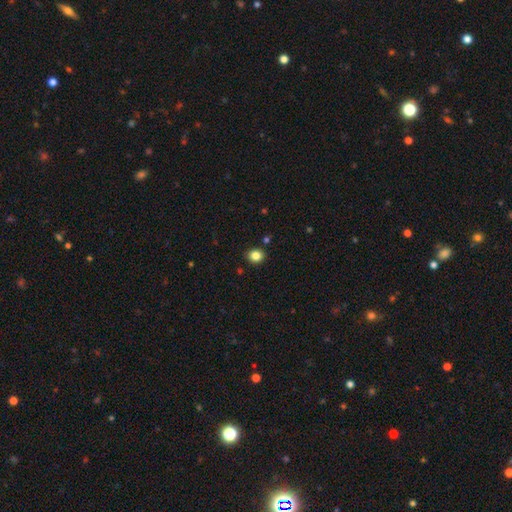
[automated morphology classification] The model was most divided on "how rounded": round: 68%, in between: 32%, cigar-shaped: 1%. More confident: merging — none (88%); smooth or featured — smooth (84%).